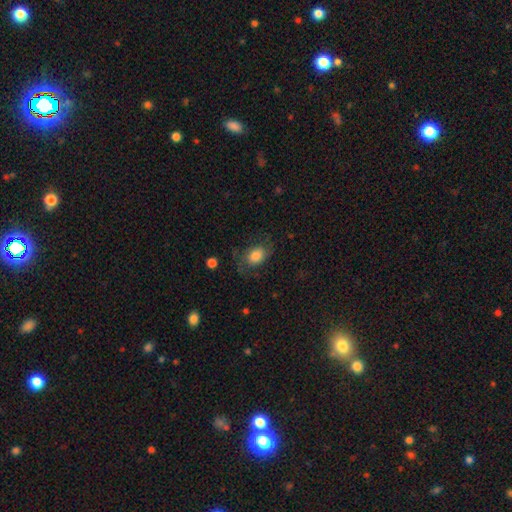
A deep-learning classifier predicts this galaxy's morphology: A smooth galaxy with no disk features (65%) that is in between round and cigar-shaped (68%). Merging: none (62%).